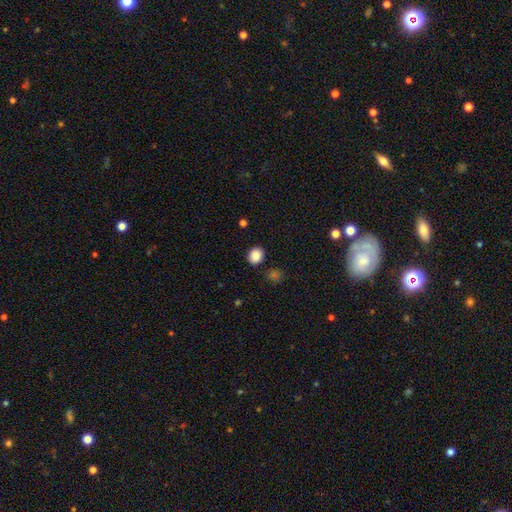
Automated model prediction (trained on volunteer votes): Overall: smooth (87%). How rounded: round (67%; in between 32%). Merging: none (88%).